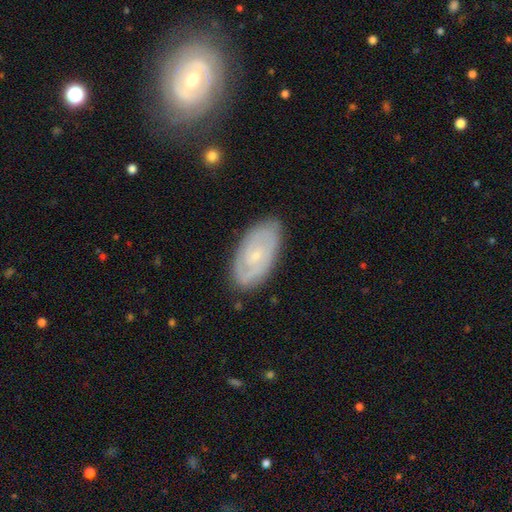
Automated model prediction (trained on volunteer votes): Smooth or featured: featured or disk — 67% (smooth — 26%)
Edge-on disk: no — 94% (yes — 6%)
Bar: no — 71% (weak — 24%)
Spiral arms: yes — 78% (no — 22%)
Bulge size: small — 78% (moderate — 17%)
Merging: none — 81% (minor disturbance — 14%)